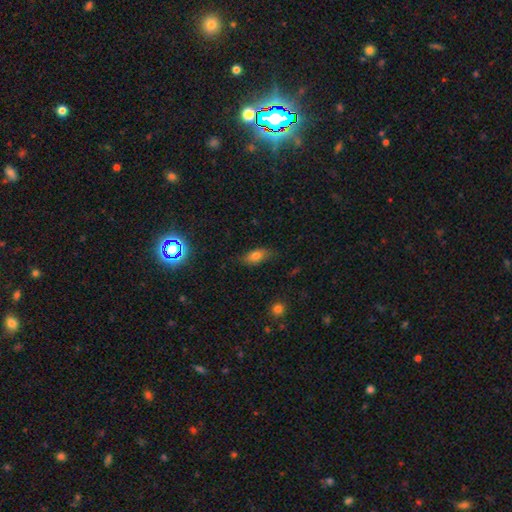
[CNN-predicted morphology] Smooth or featured: smooth — 73% (featured or disk — 15%)
How rounded: in between — 84% (cigar-shaped — 11%)
Merging: none — 76% (minor disturbance — 18%)